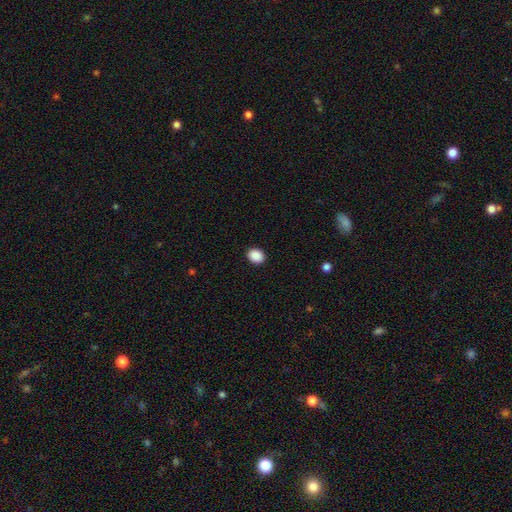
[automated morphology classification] A smooth galaxy with no disk features (90%) that is in between round and cigar-shaped (51%). Merging: none (91%).